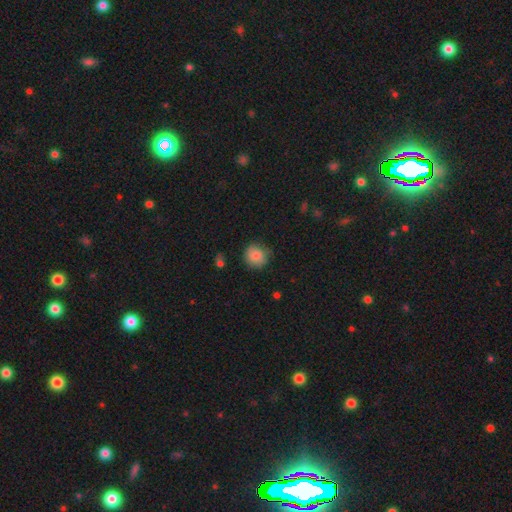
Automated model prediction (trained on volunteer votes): Smooth or featured? smooth (84%)
How rounded? round (89%)
Merging? none (77%)